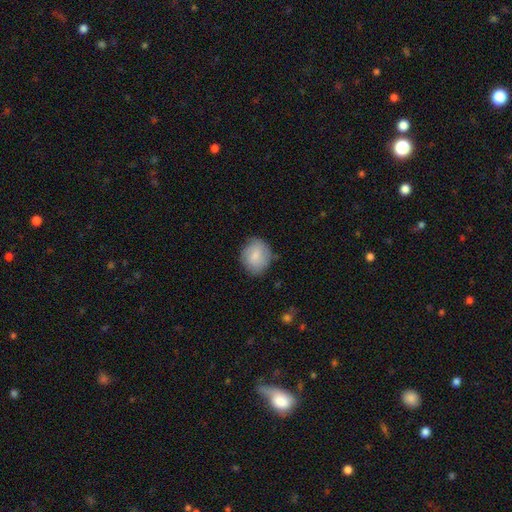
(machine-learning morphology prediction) smooth-or-featured: smooth: 79% | featured or disk: 14% | star or artifact: 6%
  how-rounded: round: 67% | in between: 32% | cigar-shaped: 1%
  merging: none: 76% | minor disturbance: 18% | major disturbance: 4% | merger: 1%